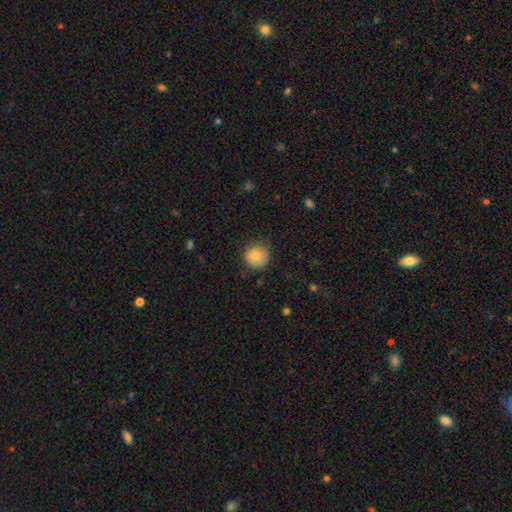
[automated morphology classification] A smooth galaxy with no disk features (79%) that is round (93%). Merging: none (79%).